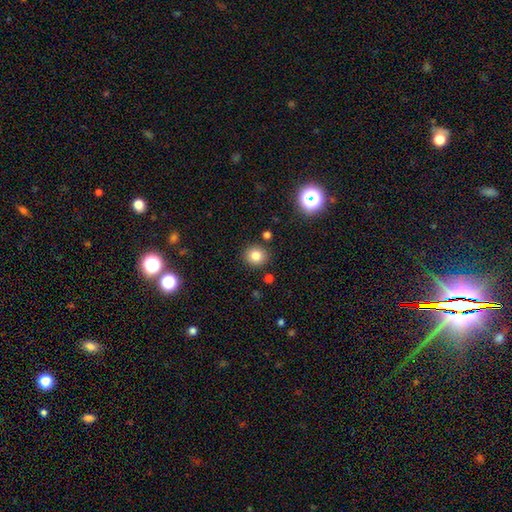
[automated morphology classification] Smooth or featured?
  - smooth: 81% *
  - star or artifact: 12%
  - featured or disk: 7%
How rounded?
  - round: 84% *
  - in between: 15%
  - cigar-shaped: 1%
Merging?
  - none: 88% *
  - minor disturbance: 7%
  - merger: 3%
  - major disturbance: 2%